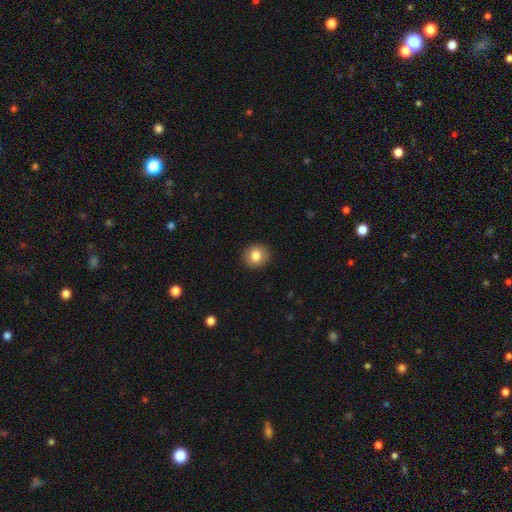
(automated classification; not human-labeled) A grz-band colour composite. It shows a smooth galaxy with no disk features (83%) that is round (88%). Merging: none (92%).